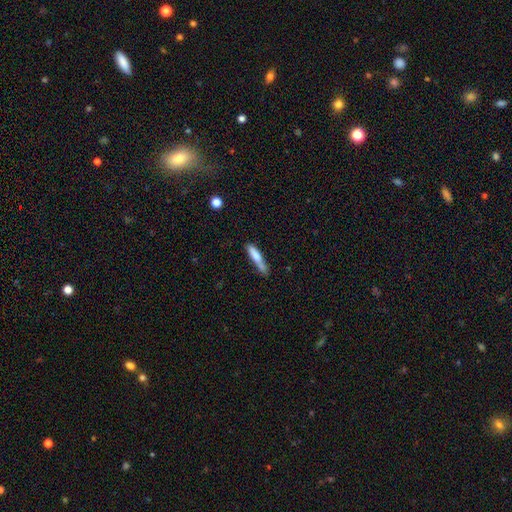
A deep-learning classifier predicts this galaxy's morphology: Smooth or featured: smooth — 73% (featured or disk — 20%)
How rounded: cigar-shaped — 86% (in between — 13%)
Merging: none — 55% (minor disturbance — 26%)